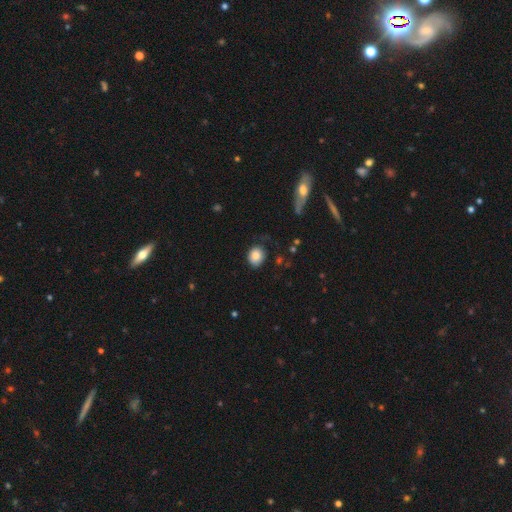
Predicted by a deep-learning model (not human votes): A smooth galaxy with no disk features (85%) that is round (67%). Merging: none (74%).